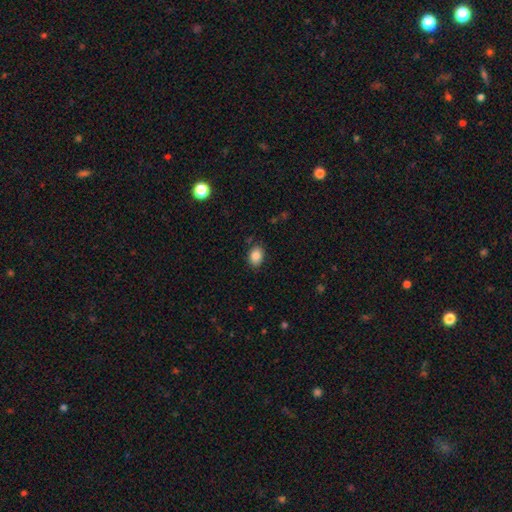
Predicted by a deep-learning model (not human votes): Morphology: type=smooth (86%); roundness=in between (72%); merging=none (84%).